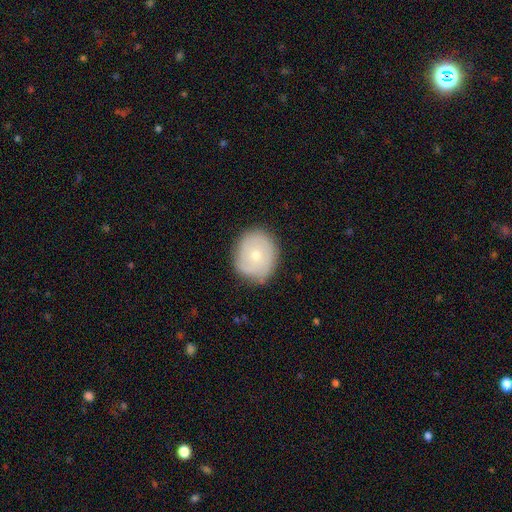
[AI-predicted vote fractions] smooth 54%, featured or disk 38%, star or artifact 8%. Down the decision tree: how rounded — round (70%); merging — none (75%).